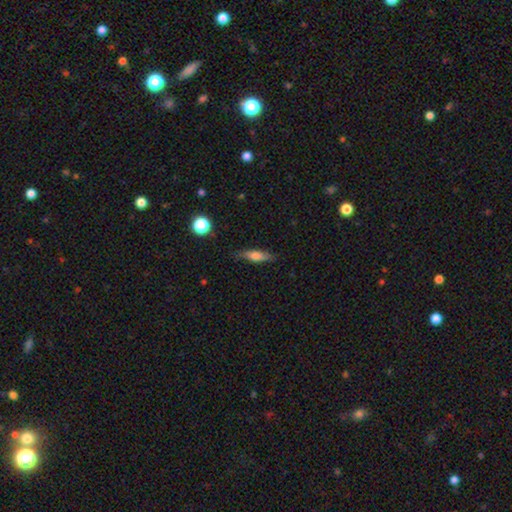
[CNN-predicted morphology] type=smooth (58%); roundness=cigar-shaped (71%); merging=none (83%).